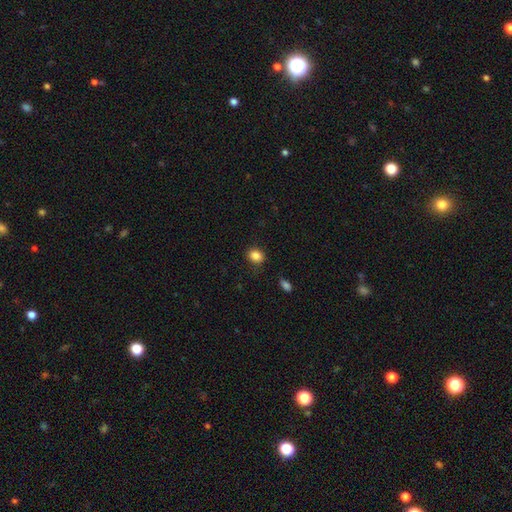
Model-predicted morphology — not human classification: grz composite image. It shows a smooth galaxy with no disk features (86%) that is round (53%). Merging: none (84%).